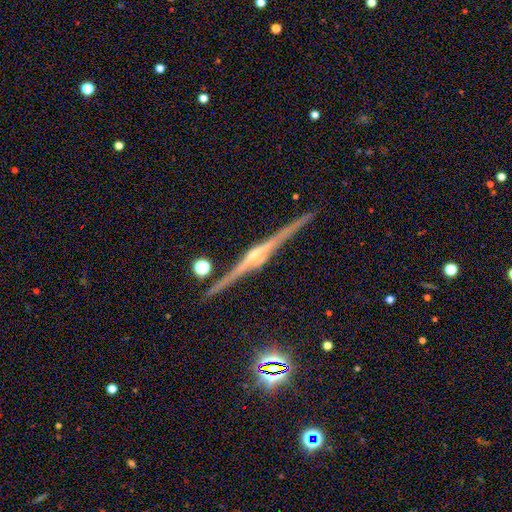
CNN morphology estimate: smooth_or_featured: featured or disk (p=0.87) [alt: star or artifact p=0.08]
disk_edge_on: yes (p=0.99) [alt: no p=0.01]
edge_on_bulge: rounded (p=0.82) [alt: boxy p=0.12]
merging: none (p=0.92) [alt: minor disturbance p=0.05]